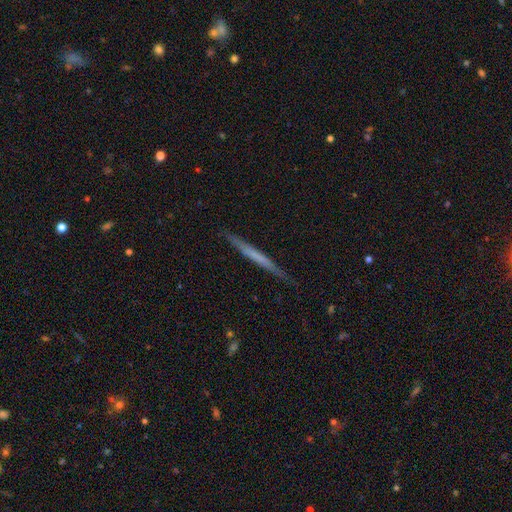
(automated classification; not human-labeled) Smooth or featured?
  - featured or disk: 49% *
  - smooth: 46%
  - star or artifact: 6%
Merging?
  - none: 88% *
  - minor disturbance: 9%
  - major disturbance: 2%
  - merger: 1%